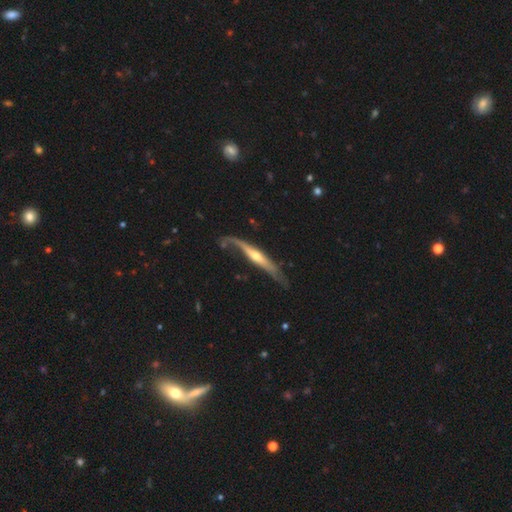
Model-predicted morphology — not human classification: smooth_or_featured: featured or disk (p=0.72) [alt: smooth p=0.23]
disk_edge_on: yes (p=0.81) [alt: no p=0.19]
edge_on_bulge: rounded (p=0.78) [alt: none p=0.16]
merging: none (p=0.49) [alt: minor disturbance p=0.26]